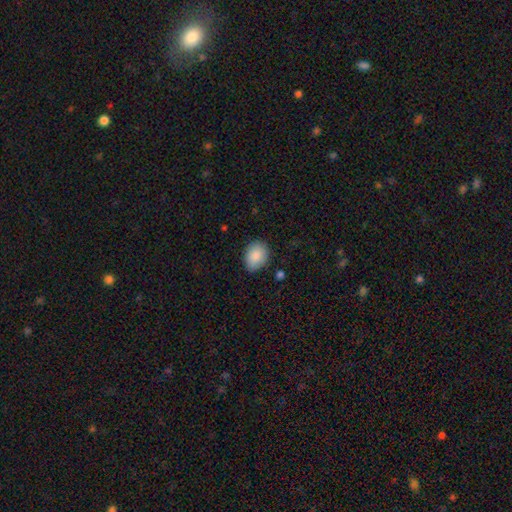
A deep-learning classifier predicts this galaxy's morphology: Overall: smooth (88%). How rounded: in between (66%; round 33%). Merging: none (80%).